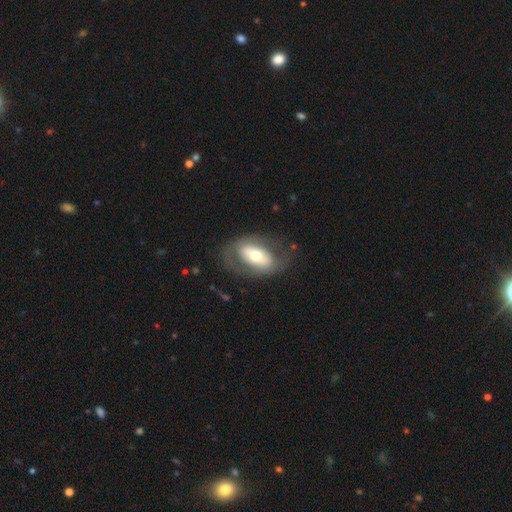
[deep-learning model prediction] smooth-or-featured: featured or disk: 49% | smooth: 45% | star or artifact: 6%
  merging: none: 67% | minor disturbance: 17% | major disturbance: 14% | merger: 2%